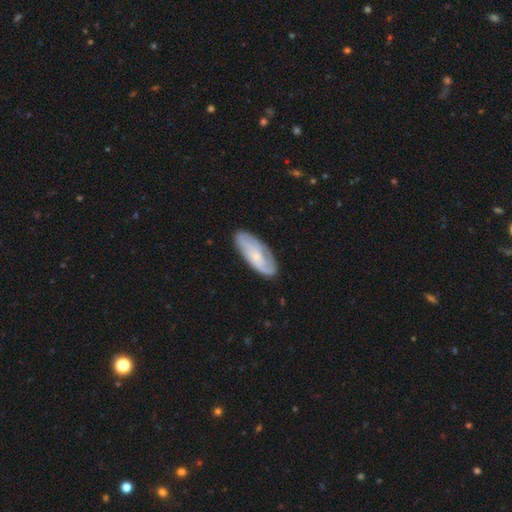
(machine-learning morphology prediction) Overall: featured or disk (59%; smooth 35%). Edge-on disk: no (89%). Bar: no (71%). Spiral arms: yes (87%). Bulge size: small (69%). Merging: none (76%).